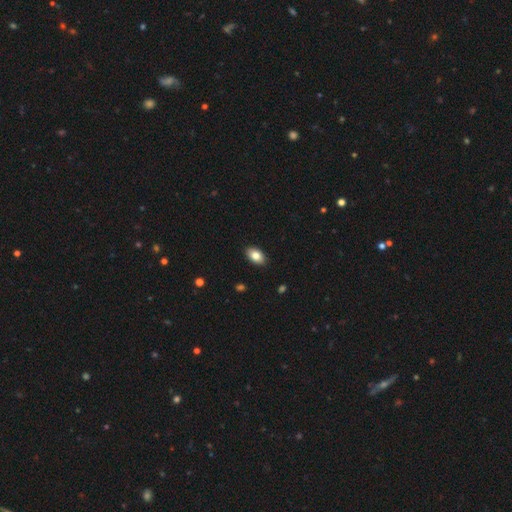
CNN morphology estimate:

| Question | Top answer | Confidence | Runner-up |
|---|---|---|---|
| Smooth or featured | smooth | 83% | featured or disk (10%) |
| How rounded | in between | 92% | round (7%) |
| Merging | none | 89% | minor disturbance (8%) |